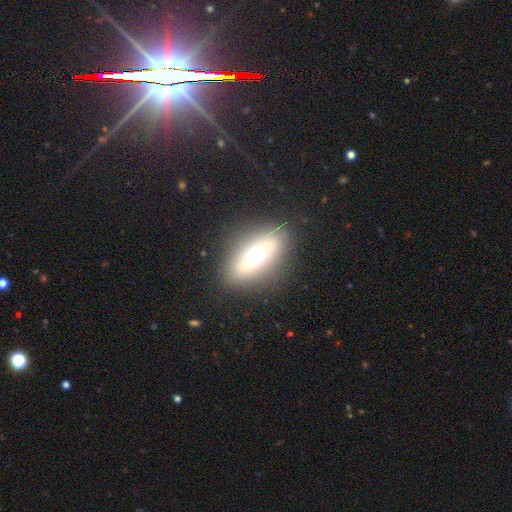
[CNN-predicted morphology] Smooth or featured?
  - smooth: 57% *
  - featured or disk: 32%
  - star or artifact: 11%
How rounded?
  - in between: 78% *
  - cigar-shaped: 13%
  - round: 9%
Merging?
  - none: 85% *
  - minor disturbance: 10%
  - major disturbance: 4%
  - merger: 1%